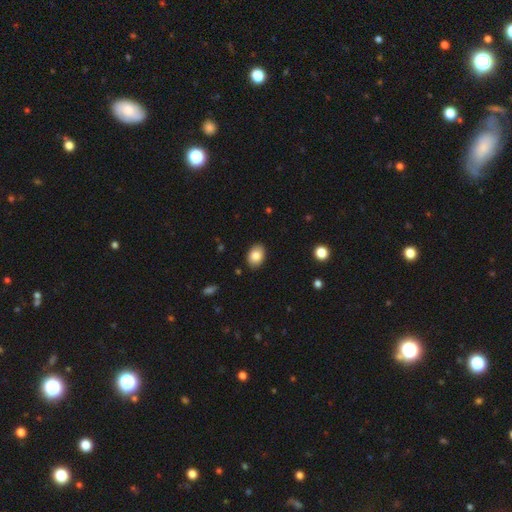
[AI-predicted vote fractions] Smooth or featured? smooth (85%)
How rounded? in between (82%)
Merging? none (88%)